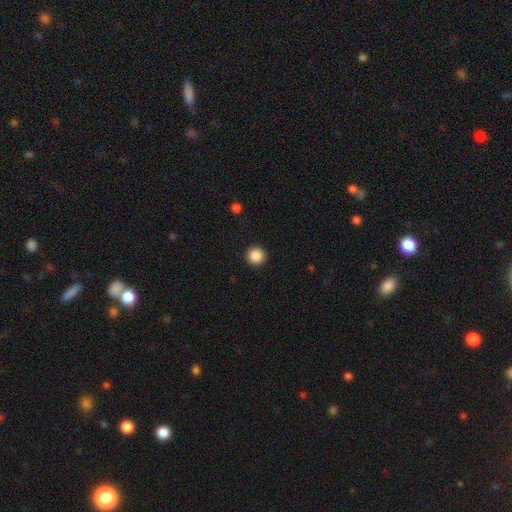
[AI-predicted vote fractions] Q: Smooth or featured?
A: smooth (88%); runner-up: star or artifact (9%)
Q: How rounded?
A: round (96%); runner-up: in between (3%)
Q: Merging?
A: none (93%); runner-up: minor disturbance (4%)